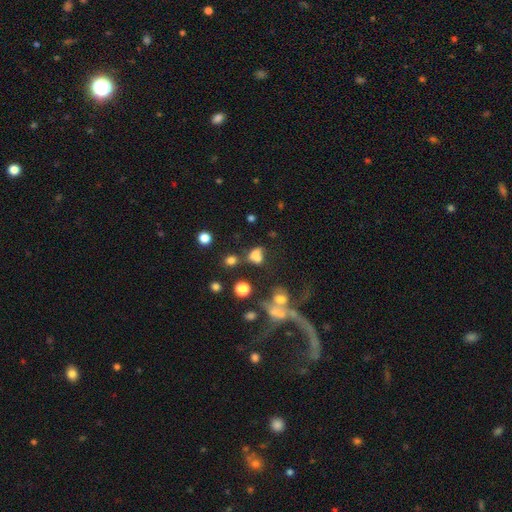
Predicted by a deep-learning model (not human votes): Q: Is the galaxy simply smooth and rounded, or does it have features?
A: smooth — 64%.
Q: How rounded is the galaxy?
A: in between — 61%.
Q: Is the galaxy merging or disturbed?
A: merger — 35%.